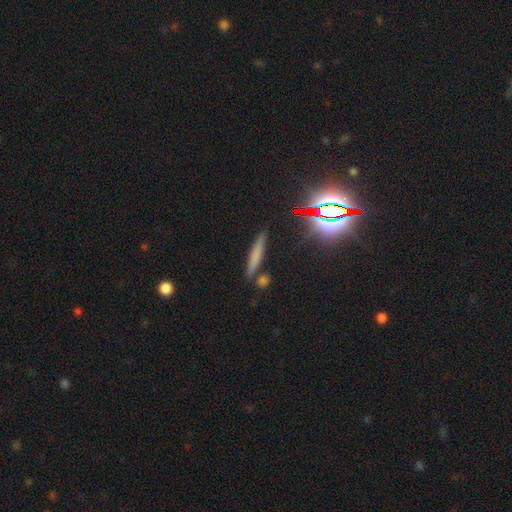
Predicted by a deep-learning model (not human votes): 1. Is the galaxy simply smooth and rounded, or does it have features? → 57% smooth, 23% featured or disk, 20% star or artifact.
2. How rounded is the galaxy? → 91% cigar-shaped, 6% in between, 3% round.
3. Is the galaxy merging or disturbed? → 80% none, 10% minor disturbance, 7% merger, 3% major disturbance.